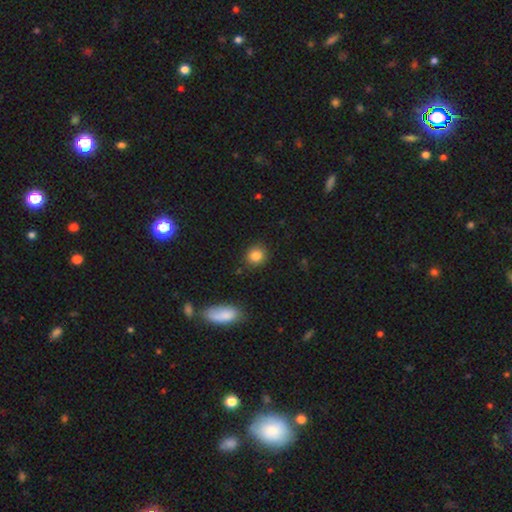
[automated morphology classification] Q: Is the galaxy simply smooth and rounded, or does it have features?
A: smooth — 85%.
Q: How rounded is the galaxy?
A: round — 79%.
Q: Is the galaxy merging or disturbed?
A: none — 88%.